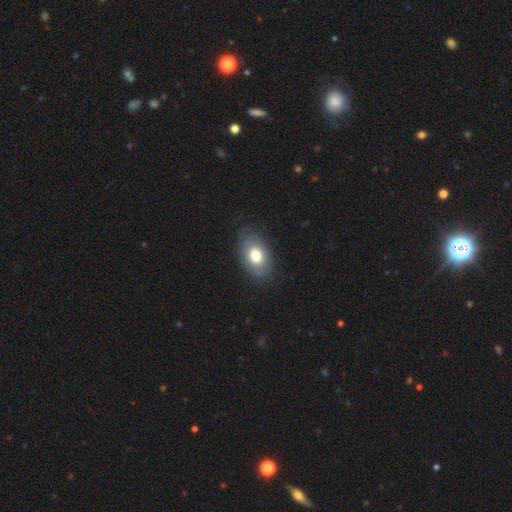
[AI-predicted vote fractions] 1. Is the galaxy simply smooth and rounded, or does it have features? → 73% smooth, 19% featured or disk, 8% star or artifact.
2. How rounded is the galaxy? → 86% in between, 12% round, 1% cigar-shaped.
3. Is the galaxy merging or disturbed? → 80% none, 15% minor disturbance, 4% major disturbance, 1% merger.